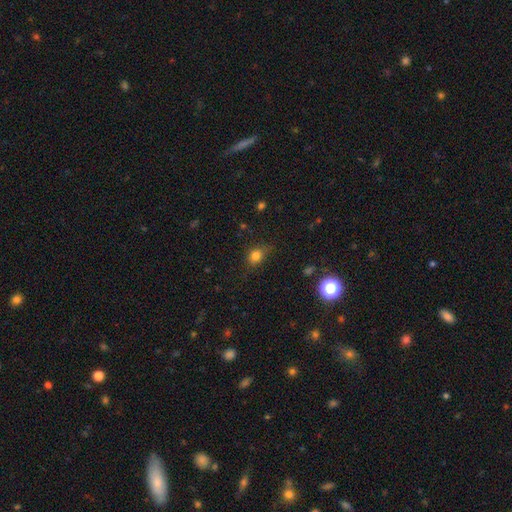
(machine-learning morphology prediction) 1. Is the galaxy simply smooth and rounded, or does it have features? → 79% smooth, 14% star or artifact, 7% featured or disk.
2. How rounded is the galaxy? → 57% round, 42% in between, 2% cigar-shaped.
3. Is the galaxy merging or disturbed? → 68% none, 24% minor disturbance, 7% major disturbance, 2% merger.